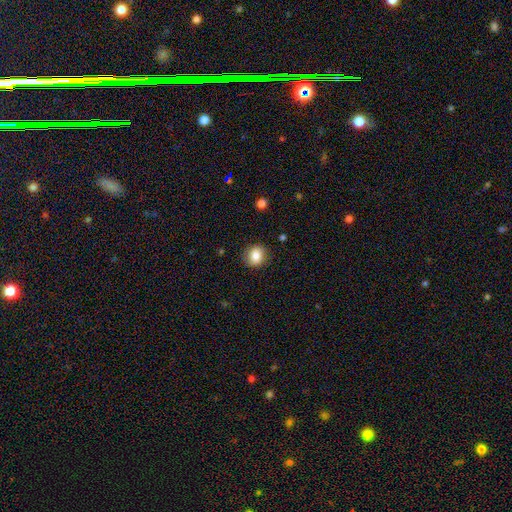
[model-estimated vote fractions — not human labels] This appears to be a smooth galaxy with no disk features (84%) that is round (73%). Merging: none (87%).